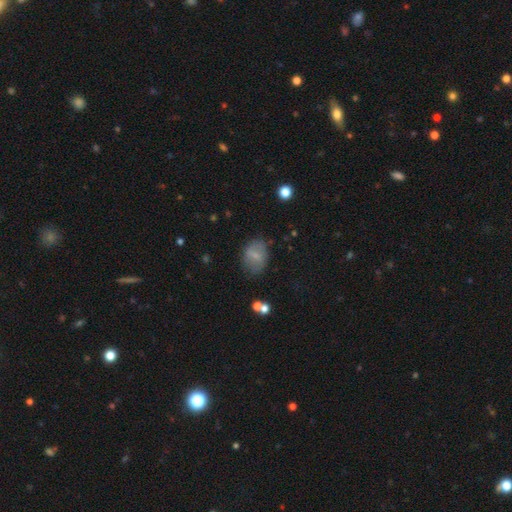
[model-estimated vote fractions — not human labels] A smooth galaxy with no disk features (63%) that is in between round and cigar-shaped (73%). Merging: none (68%).